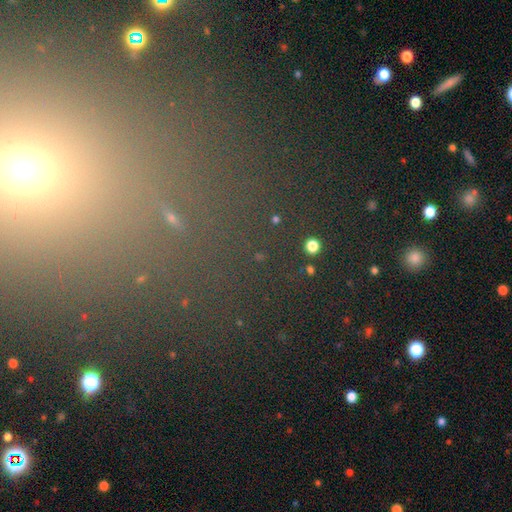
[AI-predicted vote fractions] Morphology: type=star or artifact (70%).